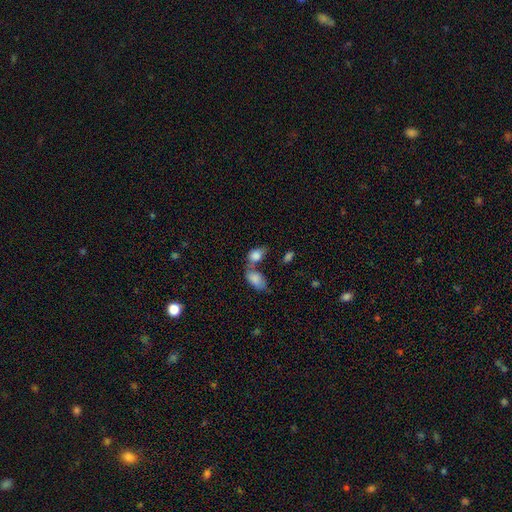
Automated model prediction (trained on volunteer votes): A smooth galaxy with no disk features (82%) that is in between round and cigar-shaped (82%).

Vote fractions:
- Smooth or featured? smooth: 82% / featured or disk: 10% / star or artifact: 8%
- How rounded? in between: 82% / round: 15% / cigar-shaped: 3%
- Merging? merger: 53% / none: 29% / minor disturbance: 12% / major disturbance: 7%